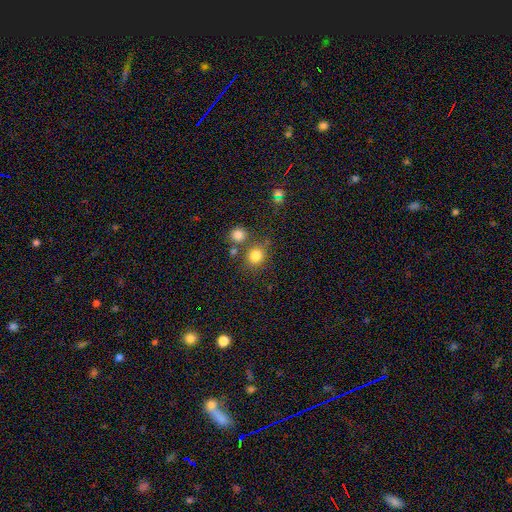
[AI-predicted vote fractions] Overall: smooth (81%). How rounded: round (82%). Merging: none (72%).